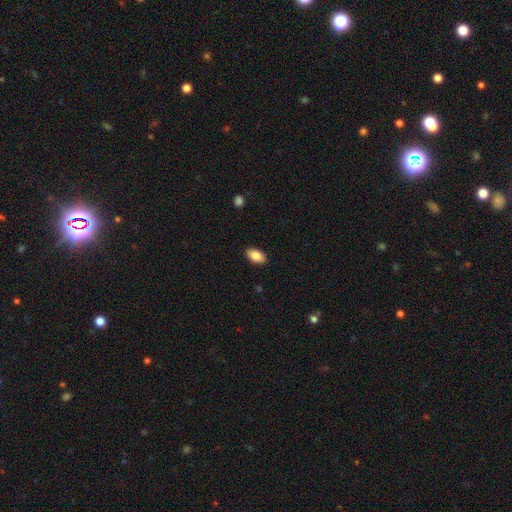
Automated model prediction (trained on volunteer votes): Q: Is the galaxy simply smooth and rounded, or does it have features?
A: smooth — 86%.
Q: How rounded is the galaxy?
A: in between — 94%.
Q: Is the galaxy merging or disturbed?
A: none — 89%.